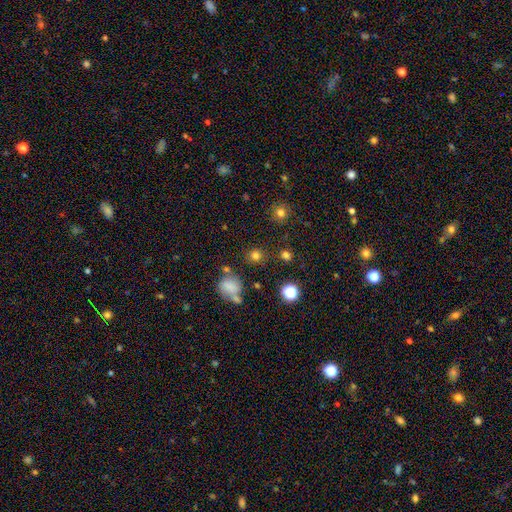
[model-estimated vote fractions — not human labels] Smooth or featured: smooth — 76% (star or artifact — 18%)
How rounded: round — 86% (in between — 13%)
Merging: none — 79% (minor disturbance — 9%)